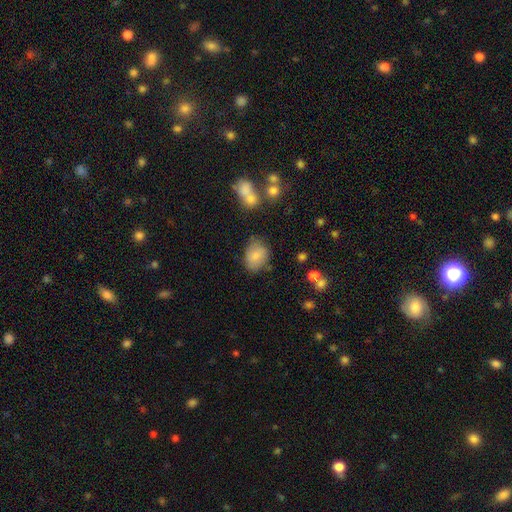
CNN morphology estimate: smooth 80%, featured or disk 11%, star or artifact 8%. Down the decision tree: how rounded — in between (65%); merging — none (70%).